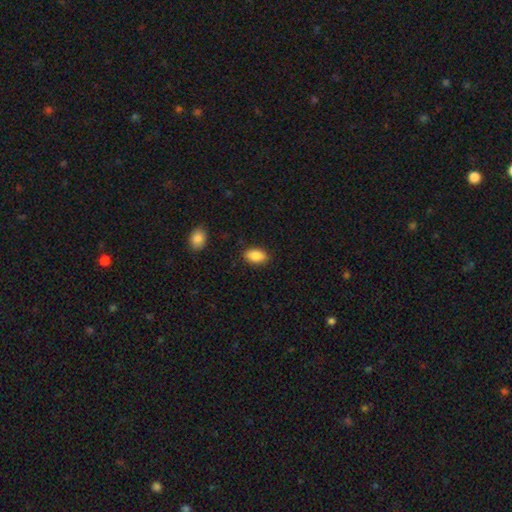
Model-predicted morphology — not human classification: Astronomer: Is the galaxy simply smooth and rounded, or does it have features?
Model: smooth — 88%.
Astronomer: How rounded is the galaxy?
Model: in between — 92%.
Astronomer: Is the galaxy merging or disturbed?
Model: none — 87%.